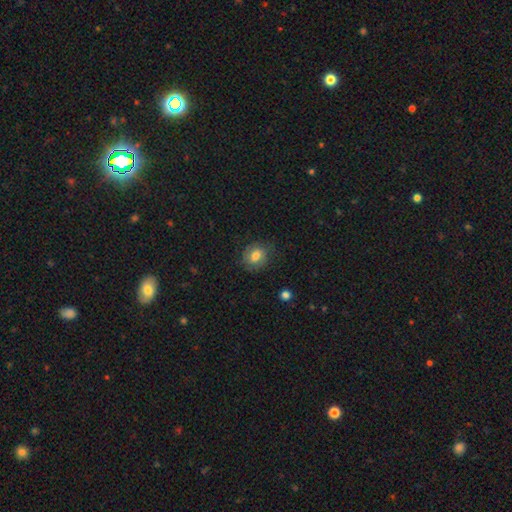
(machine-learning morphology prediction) A smooth galaxy with no disk features (74%) that is round (60%). Merging: none (75%).